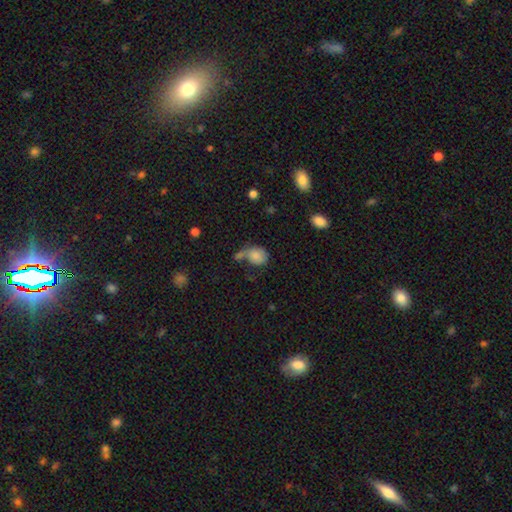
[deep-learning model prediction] smooth 82%, featured or disk 9%, star or artifact 9%. Down the decision tree: how rounded — round (50%); merging — none (38%).